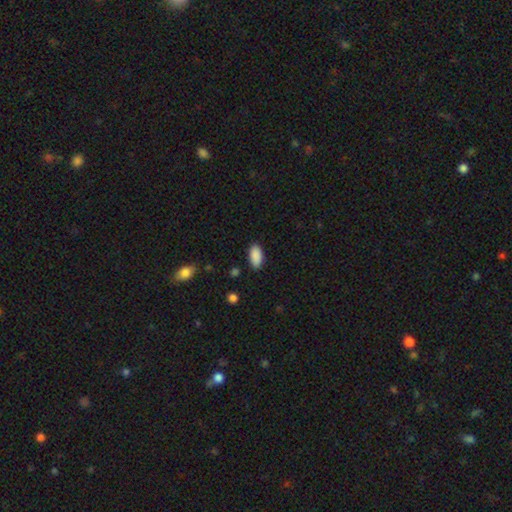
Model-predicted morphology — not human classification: Smooth or featured? Predicted: smooth (p=0.90). How rounded? Predicted: in between (p=0.93). Merging? Predicted: none (p=0.86).